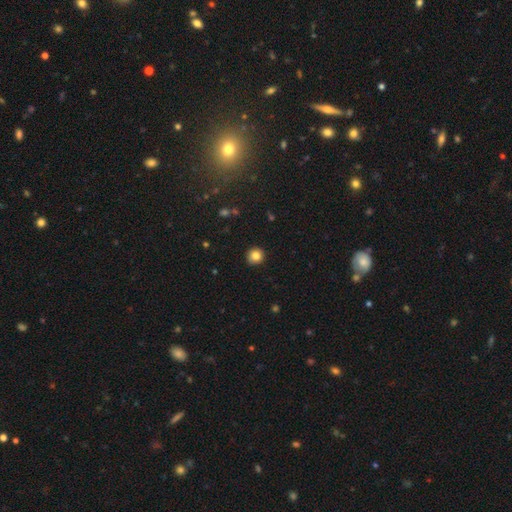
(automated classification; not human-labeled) Q: Smooth or featured?
A: smooth (83%); runner-up: star or artifact (11%)
Q: How rounded?
A: round (91%); runner-up: in between (8%)
Q: Merging?
A: none (91%); runner-up: minor disturbance (7%)